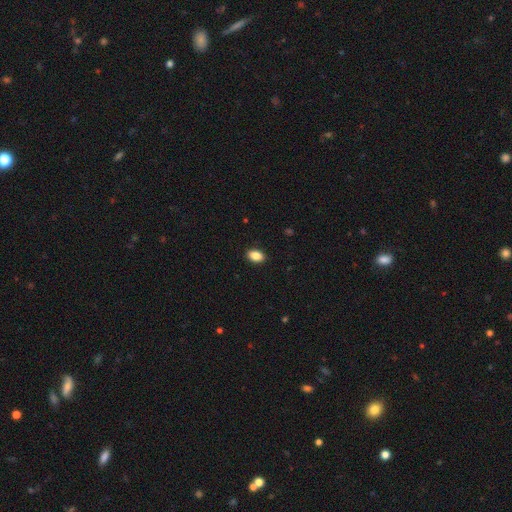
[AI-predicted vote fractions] Morphology: type=smooth (87%); roundness=in between (86%); merging=none (90%).